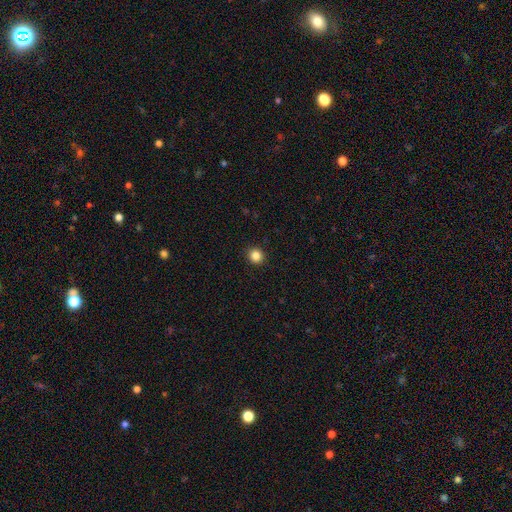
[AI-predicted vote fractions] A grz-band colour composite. It shows a smooth galaxy with no disk features (85%) that is round (89%). Merging: none (93%).